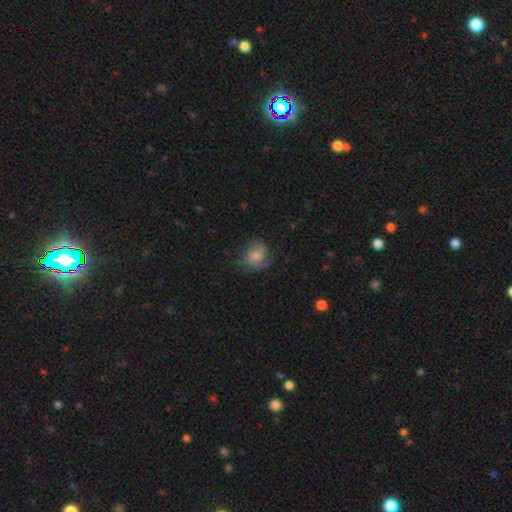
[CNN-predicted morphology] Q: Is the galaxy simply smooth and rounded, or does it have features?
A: featured or disk — 48%.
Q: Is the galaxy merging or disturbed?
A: none — 65%.